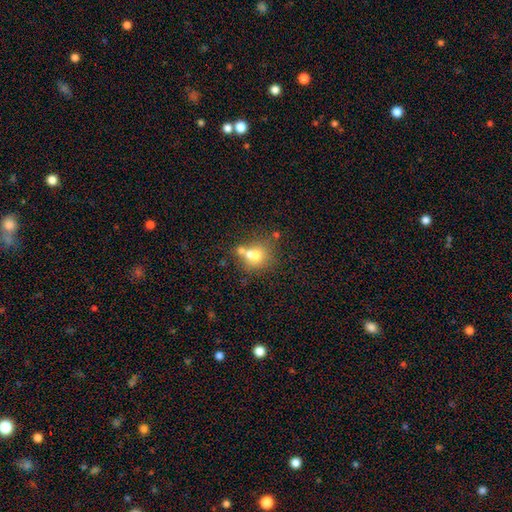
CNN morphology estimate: Overall: smooth (64%). How rounded: round (73%). Merging: none (42%; merger 41%).